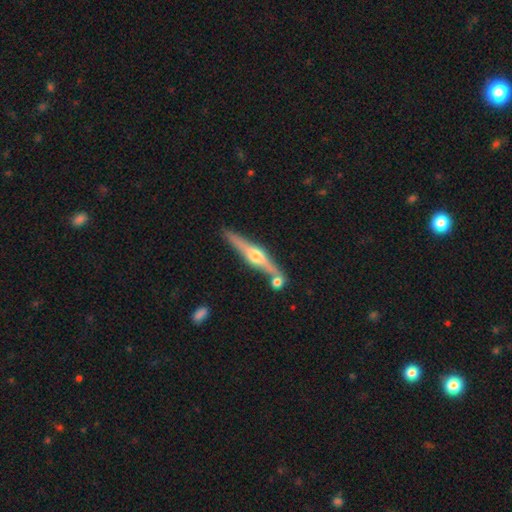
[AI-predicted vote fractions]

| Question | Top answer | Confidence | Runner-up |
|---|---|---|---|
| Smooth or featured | featured or disk | 76% | smooth (18%) |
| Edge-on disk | yes | 97% | no (3%) |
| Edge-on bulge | rounded | 93% | boxy (4%) |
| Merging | none | 74% | merger (14%) |